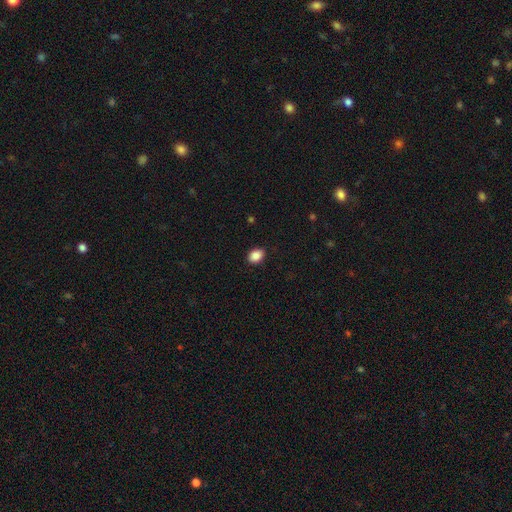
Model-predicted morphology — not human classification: Overall: smooth (88%). How rounded: in between (65%; round 34%). Merging: none (90%).